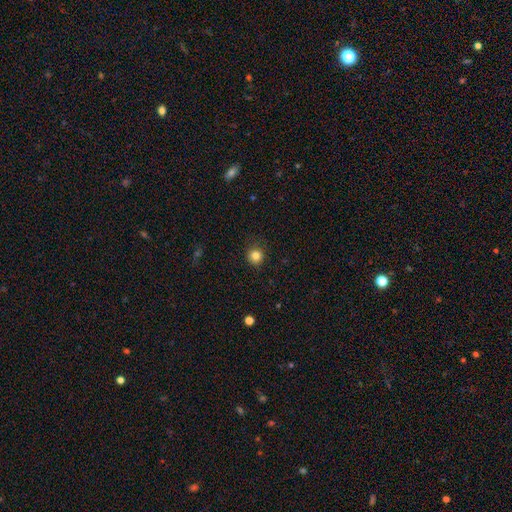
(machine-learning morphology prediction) This appears to be a smooth galaxy with no disk features (82%) that is round (92%). Merging: none (88%).